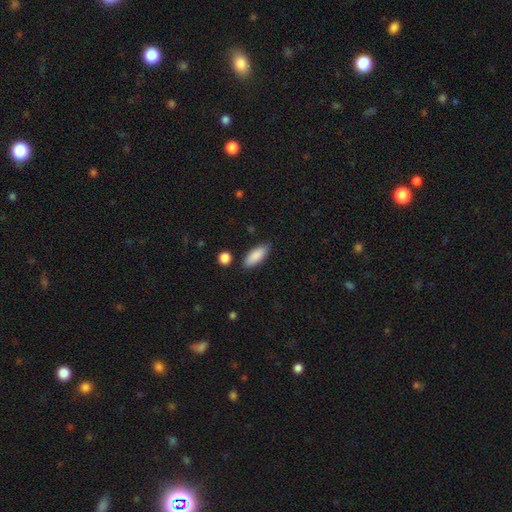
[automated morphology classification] Smooth or featured: smooth — 88% (featured or disk — 6%)
How rounded: in between — 73% (cigar-shaped — 25%)
Merging: none — 84% (minor disturbance — 11%)